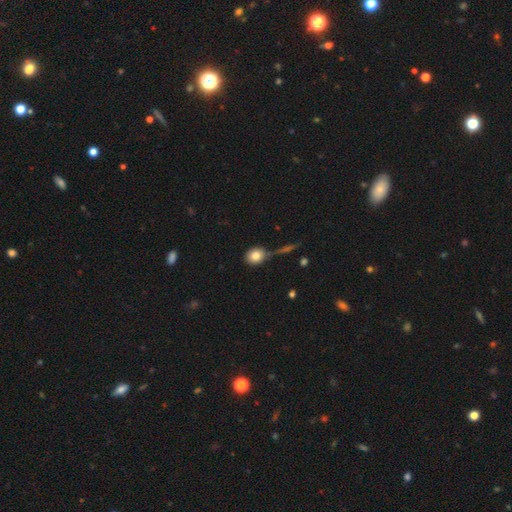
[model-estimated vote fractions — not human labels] smooth-or-featured: smooth: 81% | featured or disk: 10% | star or artifact: 9%
  how-rounded: round: 66% | in between: 33% | cigar-shaped: 2%
  merging: none: 64% | merger: 16% | minor disturbance: 15% | major disturbance: 5%